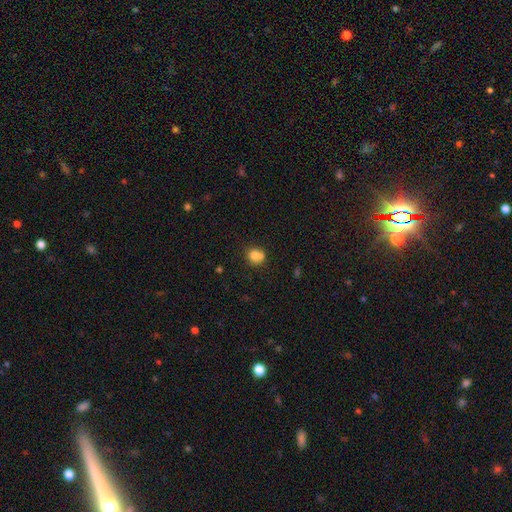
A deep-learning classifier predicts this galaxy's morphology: Smooth or featured? smooth (77%)
How rounded? round (75%)
Merging? none (46%)